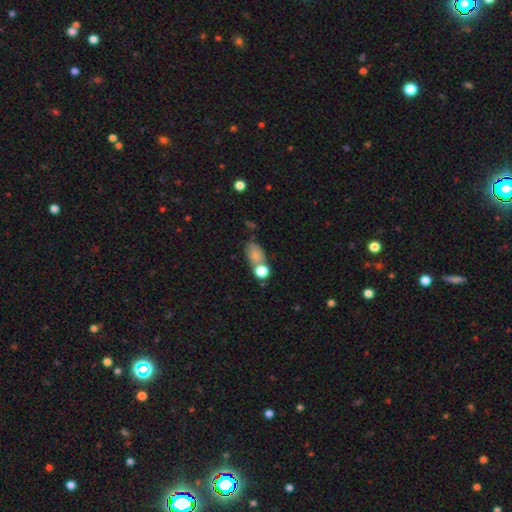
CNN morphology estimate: A smooth galaxy with no disk features (78%) that is in between round and cigar-shaped (79%). Merging: none (45%).